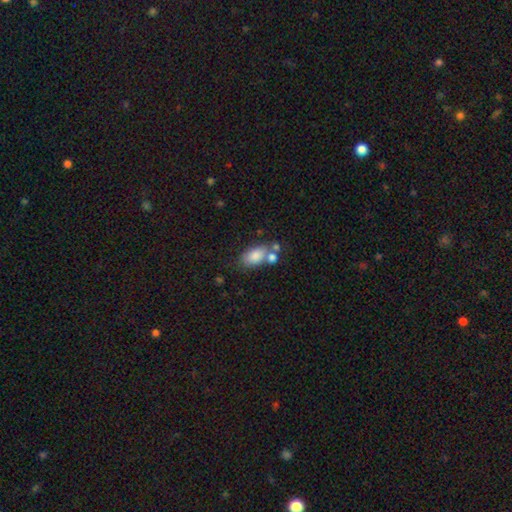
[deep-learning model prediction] Morphology: type=smooth (82%); roundness=in between (89%); merging=none (51%).